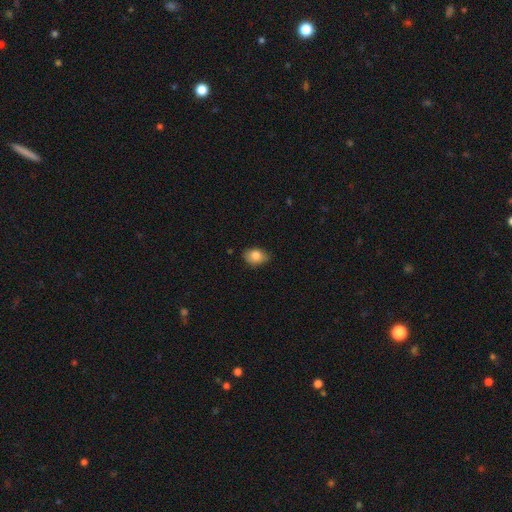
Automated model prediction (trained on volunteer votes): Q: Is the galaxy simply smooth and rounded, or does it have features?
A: smooth — 84%.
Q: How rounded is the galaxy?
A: in between — 75%.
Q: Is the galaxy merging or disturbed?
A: none — 73%.